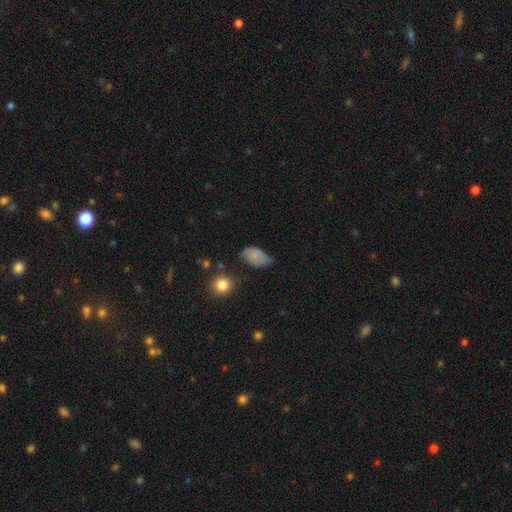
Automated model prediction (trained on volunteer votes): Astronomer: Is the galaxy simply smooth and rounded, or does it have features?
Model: smooth — 74%.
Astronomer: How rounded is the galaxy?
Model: in between — 90%.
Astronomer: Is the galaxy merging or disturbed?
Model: minor disturbance — 42% (runner-up: none, 41%).